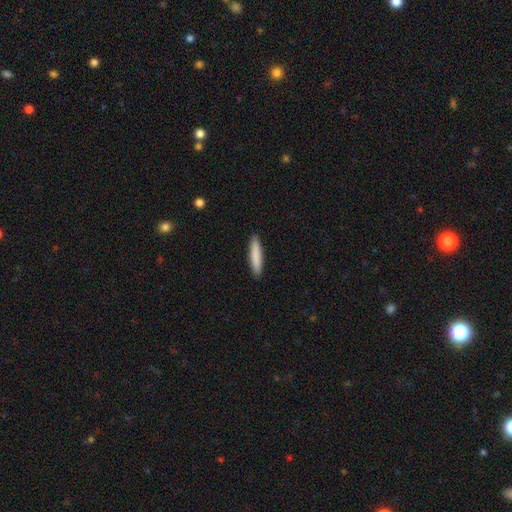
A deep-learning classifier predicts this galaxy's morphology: A smooth galaxy with no disk features (85%) that is cigar-shaped (90%). Merging: none (91%).